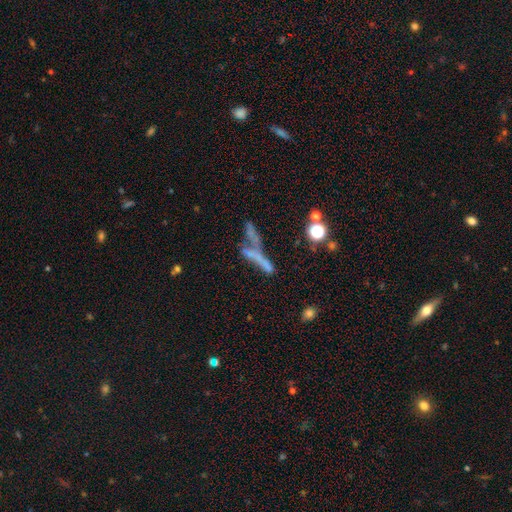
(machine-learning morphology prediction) Q: Smooth or featured?
A: featured or disk (42%); runner-up: smooth (38%)
Q: Merging?
A: merger (37%); runner-up: none (32%)